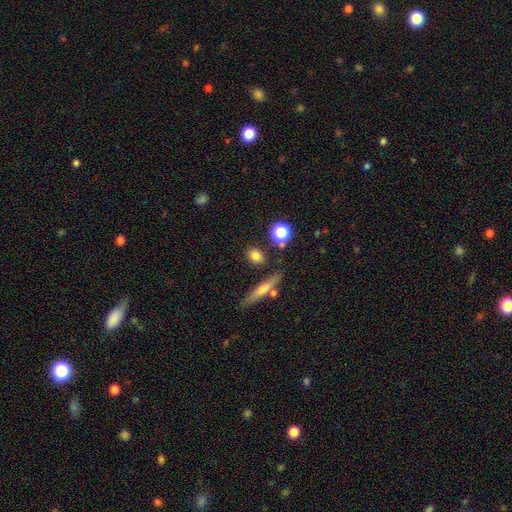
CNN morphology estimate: type=smooth (79%); roundness=round (58%); merging=none (81%).